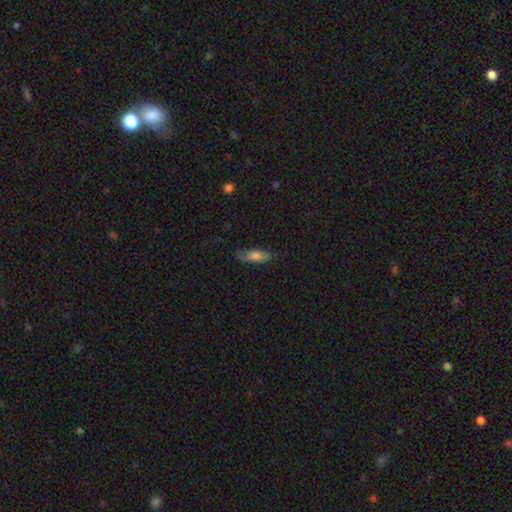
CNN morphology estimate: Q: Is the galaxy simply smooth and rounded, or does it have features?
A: smooth — 74%.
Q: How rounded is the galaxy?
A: in between — 61%.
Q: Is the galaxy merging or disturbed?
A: none — 75%.